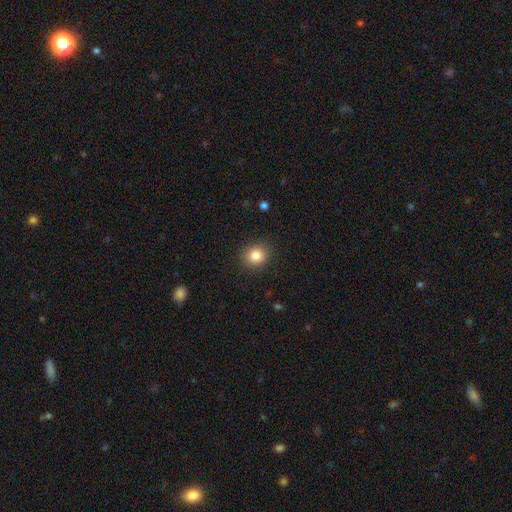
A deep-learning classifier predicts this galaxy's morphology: smooth 84%, star or artifact 11%, featured or disk 6%. Down the decision tree: how rounded — round (78%); merging — none (89%).